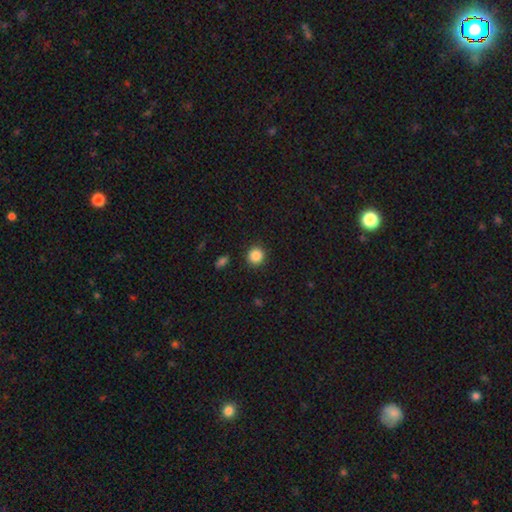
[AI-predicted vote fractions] Smooth or featured: smooth — 87% (star or artifact — 10%)
How rounded: round — 91% (in between — 8%)
Merging: none — 91% (minor disturbance — 6%)